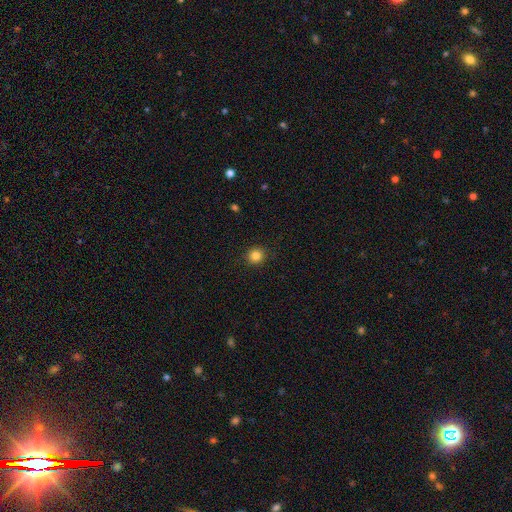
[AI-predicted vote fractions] Smooth or featured? Predicted: smooth (p=0.83). How rounded? Predicted: round (p=0.93). Merging? Predicted: none (p=0.91).